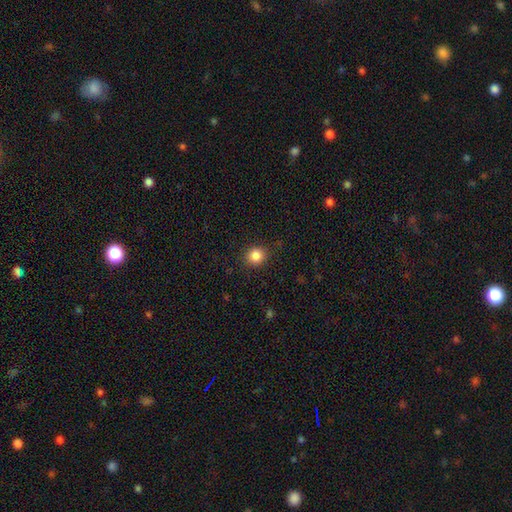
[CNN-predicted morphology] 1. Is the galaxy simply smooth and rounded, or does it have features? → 85% smooth, 10% star or artifact, 4% featured or disk.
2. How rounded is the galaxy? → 80% round, 19% in between, 1% cigar-shaped.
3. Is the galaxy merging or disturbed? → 86% none, 10% minor disturbance, 3% major disturbance, 1% merger.